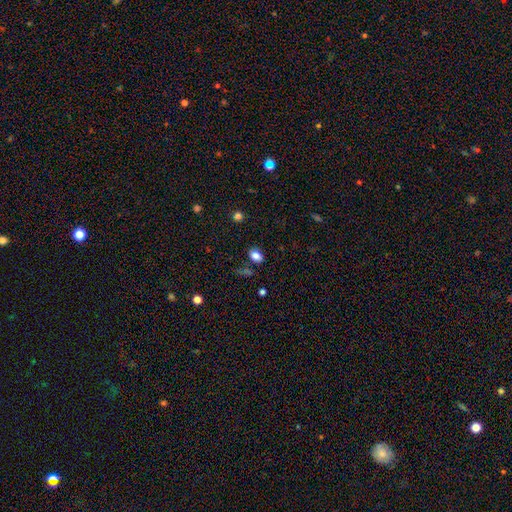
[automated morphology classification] Smooth or featured?
  - smooth: 82% *
  - star or artifact: 11%
  - featured or disk: 7%
How rounded?
  - in between: 78% *
  - round: 20%
  - cigar-shaped: 2%
Merging?
  - none: 81% *
  - minor disturbance: 12%
  - major disturbance: 3%
  - merger: 3%